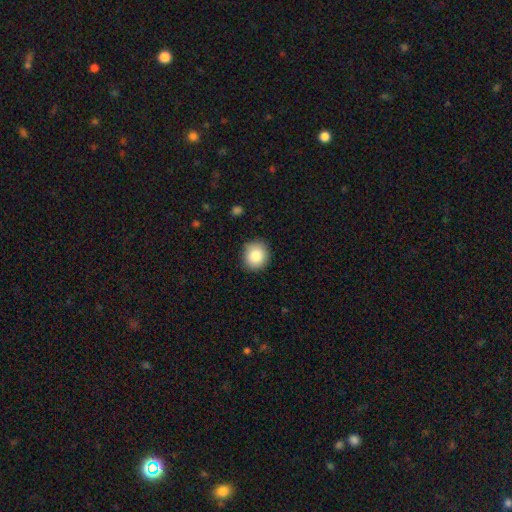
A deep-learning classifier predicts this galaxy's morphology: The model was most divided on "how rounded": round: 84%, in between: 15%, cigar-shaped: 1%. More confident: merging — none (88%); smooth or featured — smooth (83%).